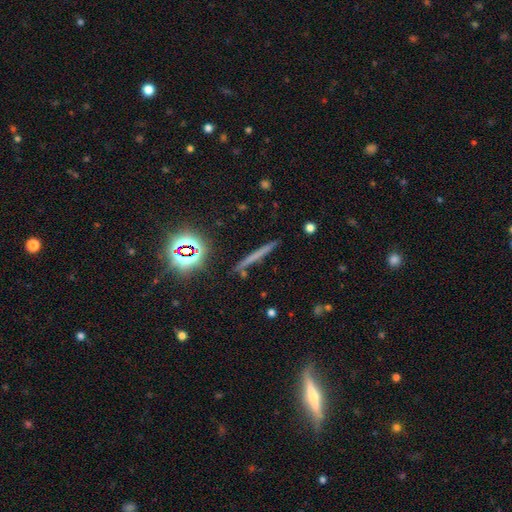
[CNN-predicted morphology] smooth 46%, featured or disk 34%, star or artifact 20%. Down the decision tree: merging — none (87%).